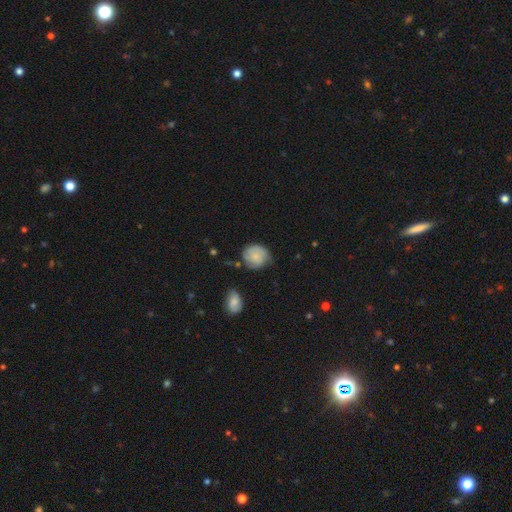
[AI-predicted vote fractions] Overall: smooth (61%; featured or disk 31%). How rounded: round (81%). Merging: none (60%; minor disturbance 28%).